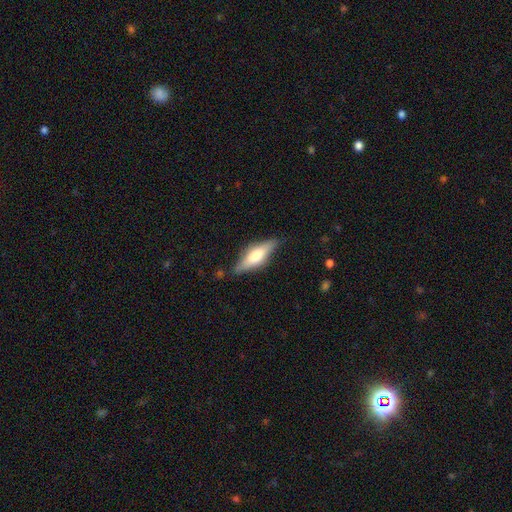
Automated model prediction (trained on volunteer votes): Smooth or featured: smooth — 49% (featured or disk — 45%)
Merging: none — 79% (minor disturbance — 16%)